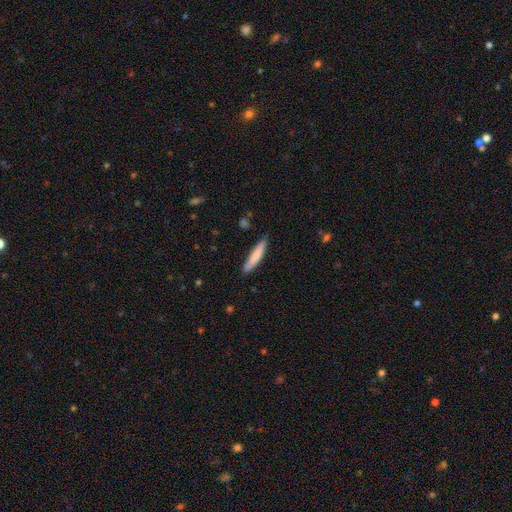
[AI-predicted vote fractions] Smooth or featured? smooth (76%)
How rounded? cigar-shaped (89%)
Merging? none (84%)